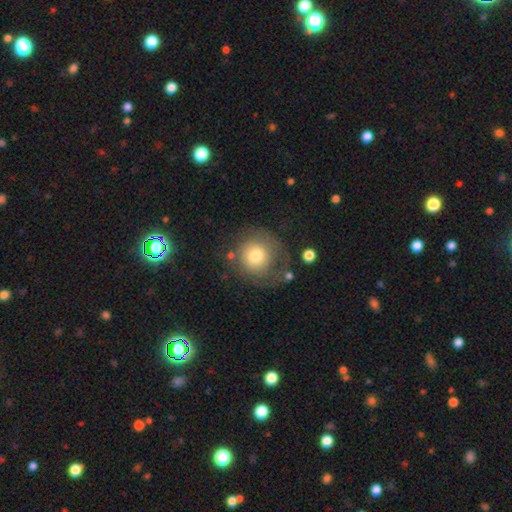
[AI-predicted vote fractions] Smooth or featured: smooth — 68% (featured or disk — 24%)
How rounded: round — 89% (in between — 10%)
Merging: none — 53% (minor disturbance — 22%)